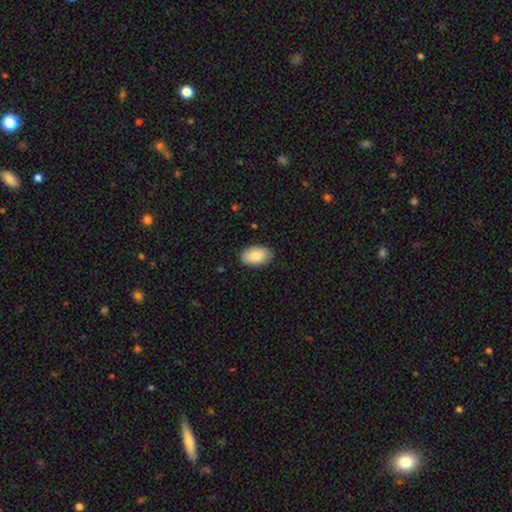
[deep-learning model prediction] Smooth or featured?
  - smooth: 84% *
  - featured or disk: 10%
  - star or artifact: 6%
How rounded?
  - in between: 94% *
  - round: 5%
  - cigar-shaped: 1%
Merging?
  - none: 87% *
  - minor disturbance: 11%
  - major disturbance: 2%
  - merger: 1%